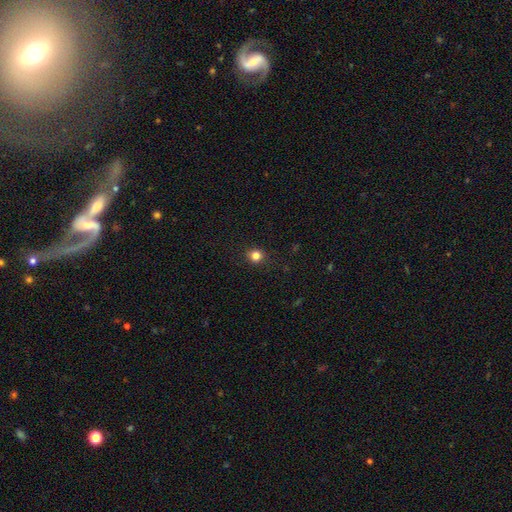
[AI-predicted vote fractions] Smooth or featured? Predicted: smooth (p=0.82). How rounded? Predicted: round (p=0.90). Merging? Predicted: none (p=0.90).